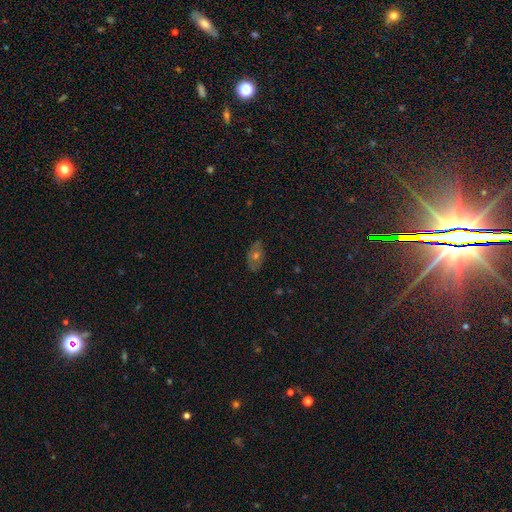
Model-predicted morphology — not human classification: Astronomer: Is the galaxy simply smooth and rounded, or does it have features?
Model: smooth — 40% (runner-up: featured or disk, 38%).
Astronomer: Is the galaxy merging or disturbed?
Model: none — 79%.